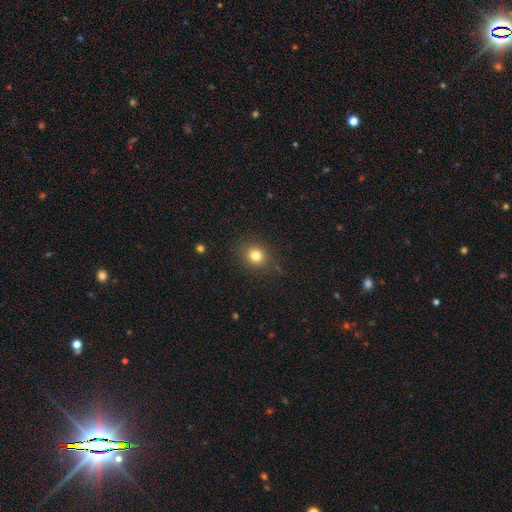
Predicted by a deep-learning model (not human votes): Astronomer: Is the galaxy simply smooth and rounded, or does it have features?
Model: smooth — 80%.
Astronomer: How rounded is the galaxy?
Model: round — 73%.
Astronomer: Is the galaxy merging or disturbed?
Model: none — 86%.